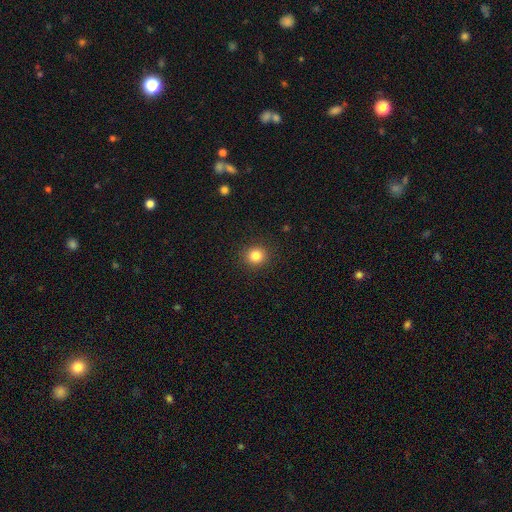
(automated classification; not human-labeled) This appears to be a smooth galaxy with no disk features (83%) that is round (91%). Merging: none (91%).